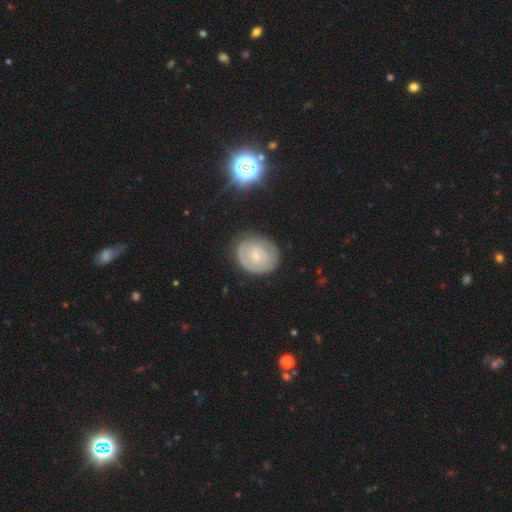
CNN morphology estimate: The model was most divided on "smooth or featured": featured or disk: 55%, smooth: 37%, star or artifact: 8%. More confident: edge-on disk — no (96%); bar — no (80%); merging — none (77%); bulge size — small (77%); spiral arms — yes (62%).